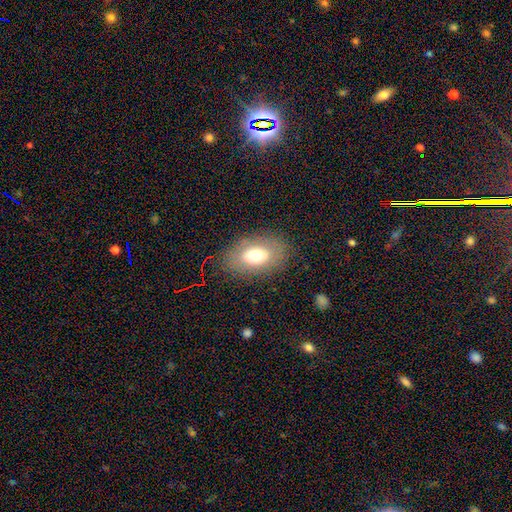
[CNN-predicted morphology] smooth_or_featured: smooth (p=0.65) [alt: featured or disk p=0.25]
how_rounded: in between (p=0.86) [alt: round p=0.13]
merging: none (p=0.82) [alt: minor disturbance p=0.12]